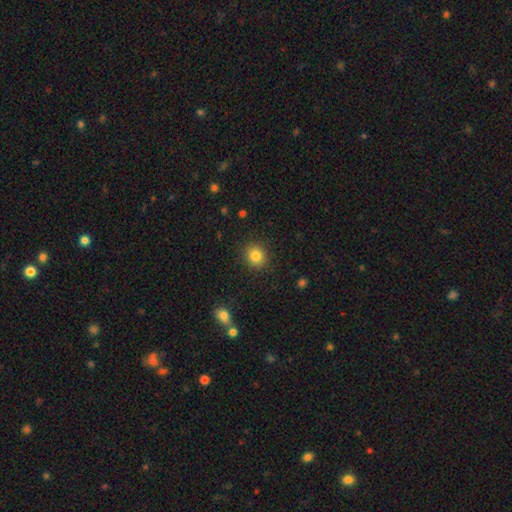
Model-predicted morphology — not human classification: A smooth galaxy with no disk features (83%) that is round (85%).

Vote fractions:
- Smooth or featured? smooth: 83% / star or artifact: 11% / featured or disk: 6%
- How rounded? round: 85% / in between: 14% / cigar-shaped: 1%
- Merging? none: 89% / minor disturbance: 7% / major disturbance: 2% / merger: 1%